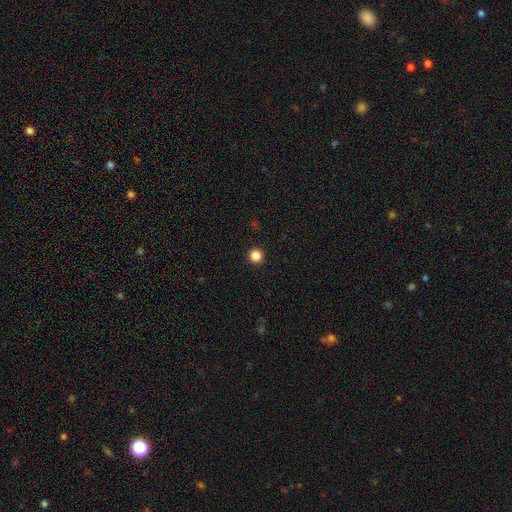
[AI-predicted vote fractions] This is clearly a smooth galaxy (86%). How rounded: clearly round (96%). Merging: clearly none (94%).